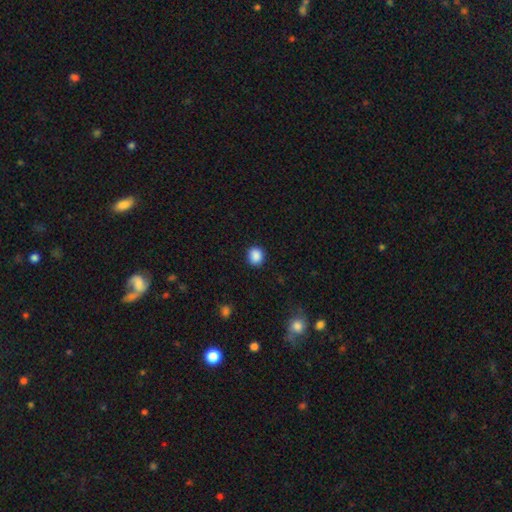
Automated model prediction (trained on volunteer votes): A smooth galaxy with no disk features (88%) that is round (79%). Merging: none (88%).